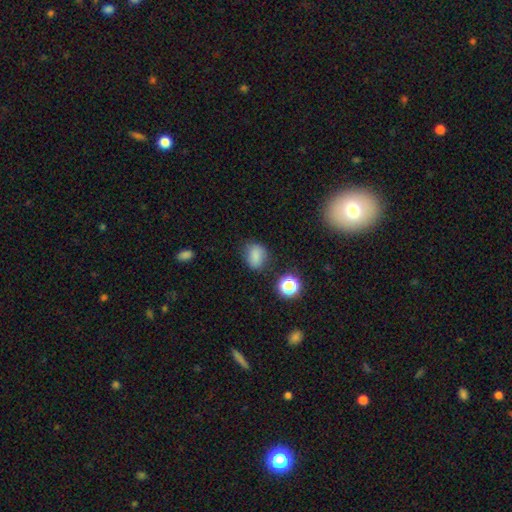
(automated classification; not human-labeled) This is likely a smooth galaxy (80%). How rounded: possibly in between (56%). Merging: likely none (73%).